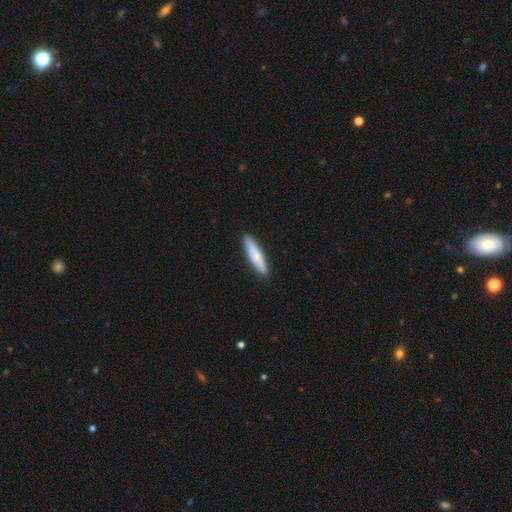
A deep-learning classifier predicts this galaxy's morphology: The model was most divided on "smooth or featured": smooth: 75%, featured or disk: 20%, star or artifact: 5%. More confident: merging — none (92%); how rounded — cigar-shaped (87%).